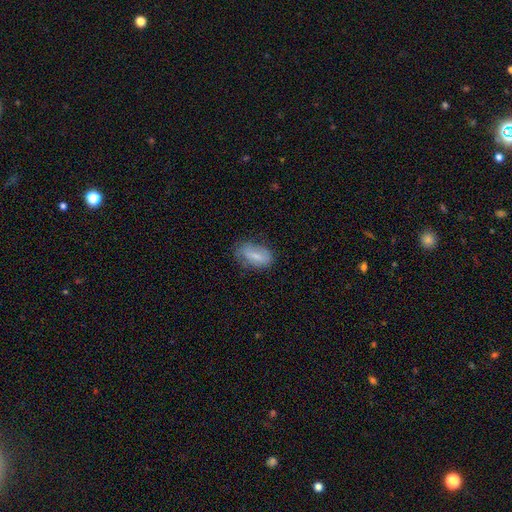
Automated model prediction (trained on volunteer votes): A smooth galaxy with no disk features (67%) that is in between round and cigar-shaped (88%). Merging: none (61%).